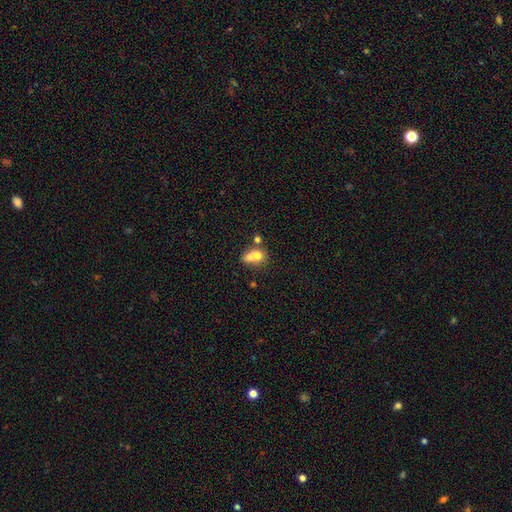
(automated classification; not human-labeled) A smooth galaxy with no disk features (68%) that is round (55%). Merging: merger (62%).